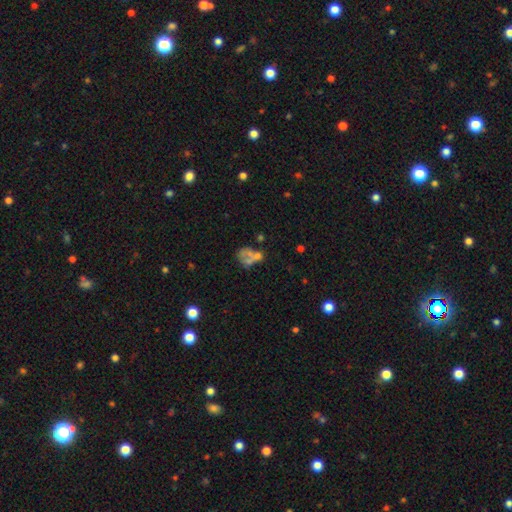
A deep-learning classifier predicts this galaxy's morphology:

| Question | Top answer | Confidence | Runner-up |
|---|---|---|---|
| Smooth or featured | smooth | 40% | featured or disk (39%) |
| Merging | none | 35% | merger (29%) |